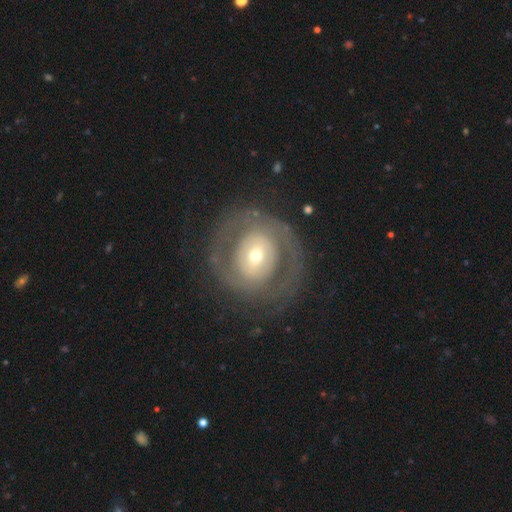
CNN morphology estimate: Smooth or featured? Predicted: featured or disk (p=0.67). Edge-on disk? Predicted: no (p=0.96). Bar? Predicted: no (p=0.65). Spiral arms? Predicted: no (p=0.57). Bulge size? Predicted: moderate (p=0.46). Merging? Predicted: none (p=0.75).